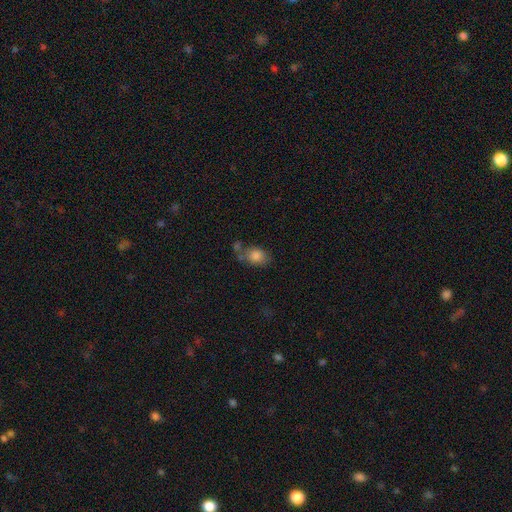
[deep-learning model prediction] Q: Smooth or featured?
A: smooth (82%); runner-up: featured or disk (10%)
Q: How rounded?
A: in between (69%); runner-up: round (30%)
Q: Merging?
A: none (46%); runner-up: merger (24%)